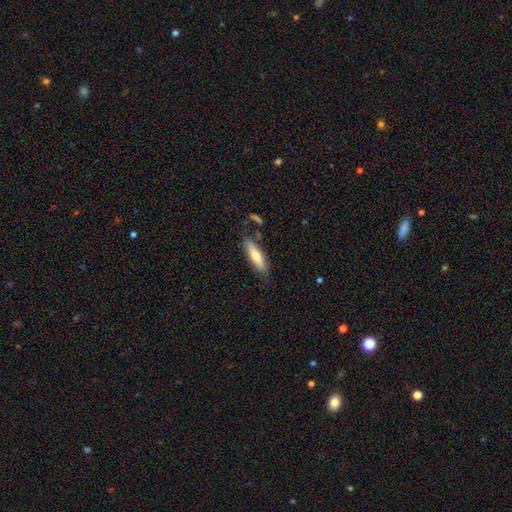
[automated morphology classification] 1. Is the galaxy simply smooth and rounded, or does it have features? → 63% smooth, 31% featured or disk, 6% star or artifact.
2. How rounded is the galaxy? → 63% cigar-shaped, 35% in between, 2% round.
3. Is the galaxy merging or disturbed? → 78% none, 15% minor disturbance, 4% merger, 3% major disturbance.